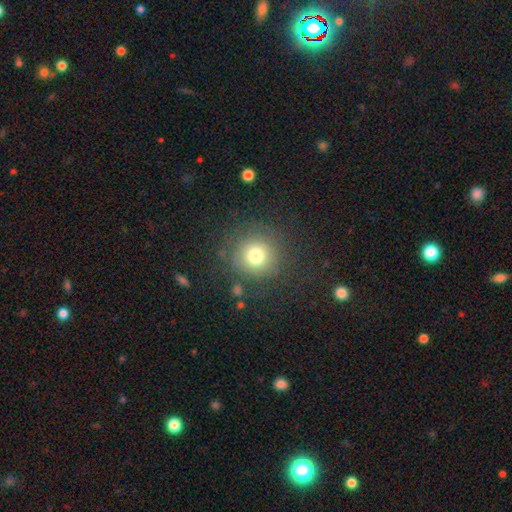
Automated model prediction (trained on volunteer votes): smooth_or_featured: smooth (p=0.75) [alt: star or artifact p=0.14]
how_rounded: round (p=0.93) [alt: in between p=0.06]
merging: none (p=0.81) [alt: minor disturbance p=0.10]